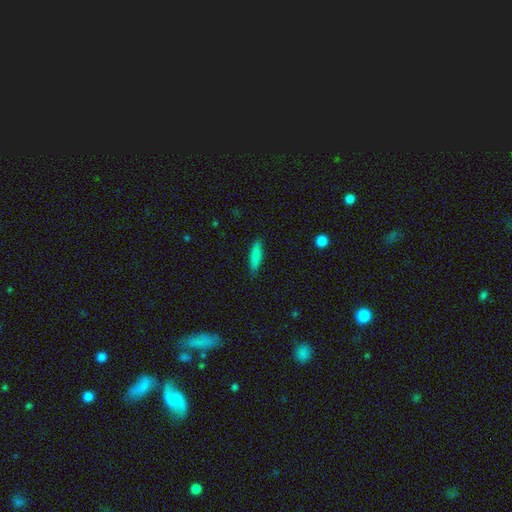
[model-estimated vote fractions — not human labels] Overall: smooth (85%). How rounded: cigar-shaped (65%; in between 33%). Merging: none (85%).